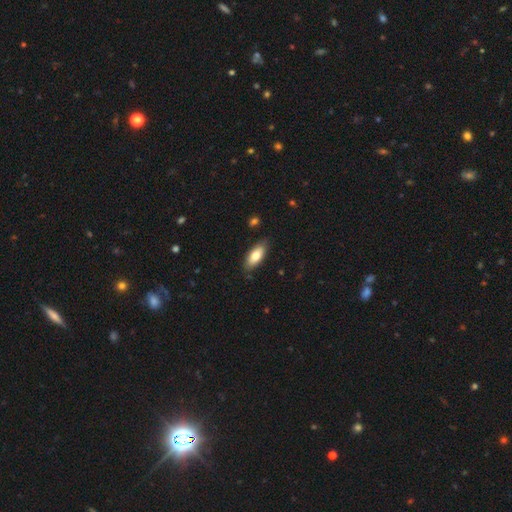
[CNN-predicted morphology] Smooth or featured: smooth — 79% (featured or disk — 15%)
How rounded: in between — 81% (cigar-shaped — 17%)
Merging: none — 83% (minor disturbance — 13%)